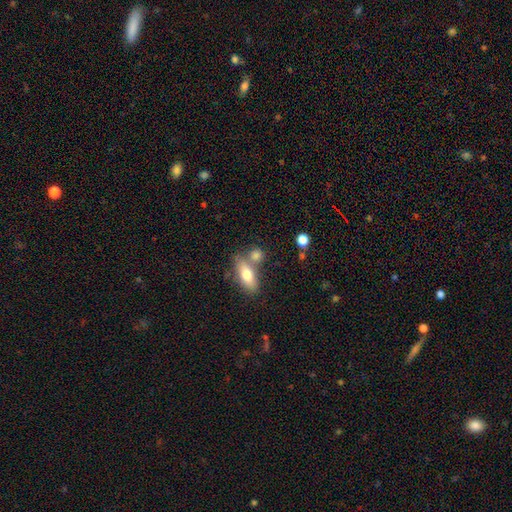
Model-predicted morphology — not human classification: Smooth or featured? Predicted: smooth (p=0.76). How rounded? Predicted: in between (p=0.57). Merging? Predicted: none (p=0.52).